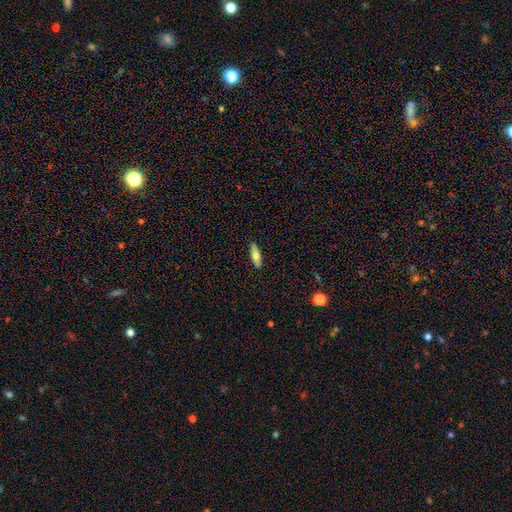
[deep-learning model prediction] Smooth or featured? Predicted: smooth (p=0.69). How rounded? Predicted: in between (p=0.61). Merging? Predicted: none (p=0.89).